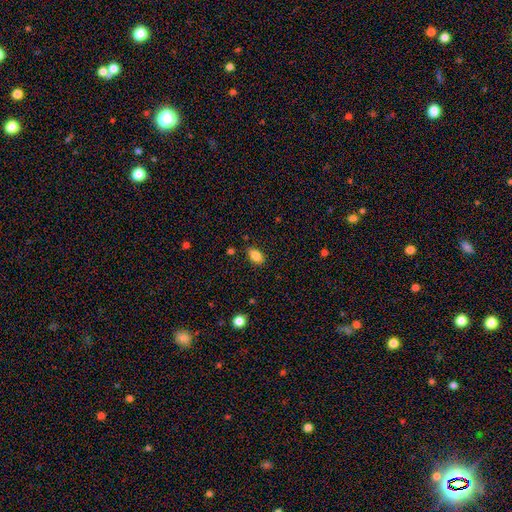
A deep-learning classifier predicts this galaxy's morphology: Q: Smooth or featured?
A: smooth (86%); runner-up: star or artifact (9%)
Q: How rounded?
A: in between (88%); runner-up: round (11%)
Q: Merging?
A: none (84%); runner-up: minor disturbance (11%)